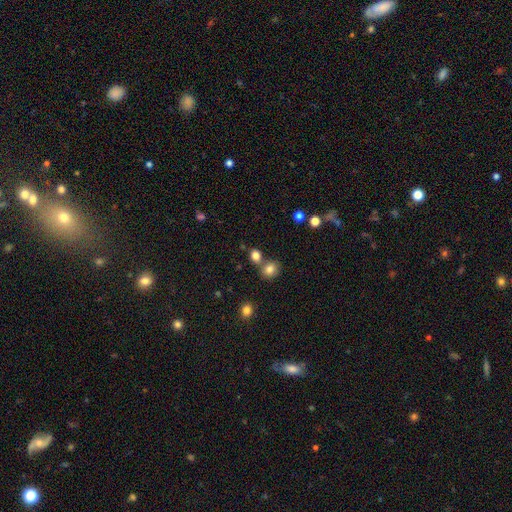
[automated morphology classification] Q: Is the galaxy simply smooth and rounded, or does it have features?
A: smooth — 81%.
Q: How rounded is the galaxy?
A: round — 63%.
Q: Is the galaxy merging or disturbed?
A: none — 60%.